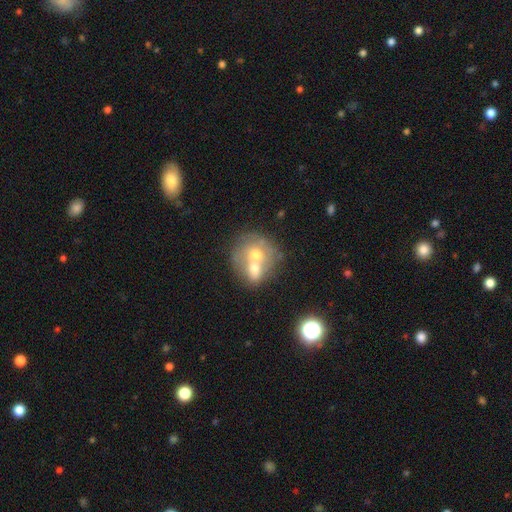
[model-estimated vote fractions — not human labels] Overall: smooth (50%; featured or disk 39%). How rounded: round (71%). Merging: merger (72%).